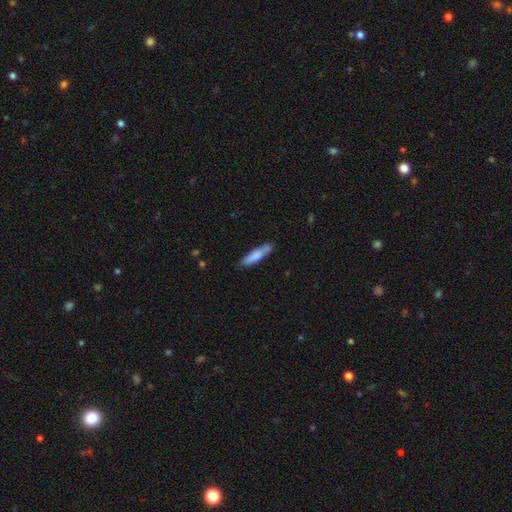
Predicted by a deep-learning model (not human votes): smooth_or_featured: smooth (p=0.77) [alt: featured or disk p=0.17]
how_rounded: cigar-shaped (p=0.74) [alt: in between p=0.25]
merging: none (p=0.65) [alt: minor disturbance p=0.20]